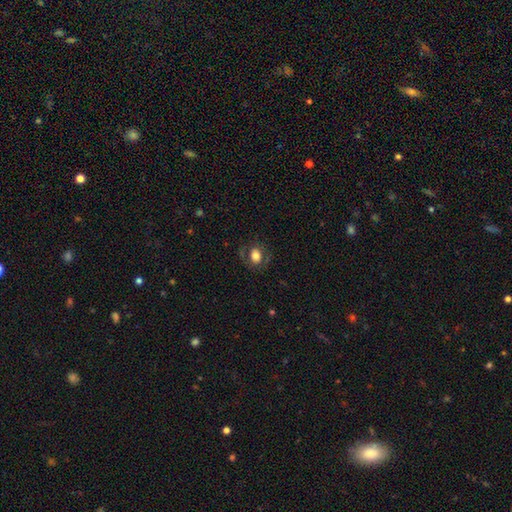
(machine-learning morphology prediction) Smooth or featured: smooth — 68% (featured or disk — 23%)
How rounded: in between — 59% (round — 40%)
Merging: none — 76% (minor disturbance — 14%)